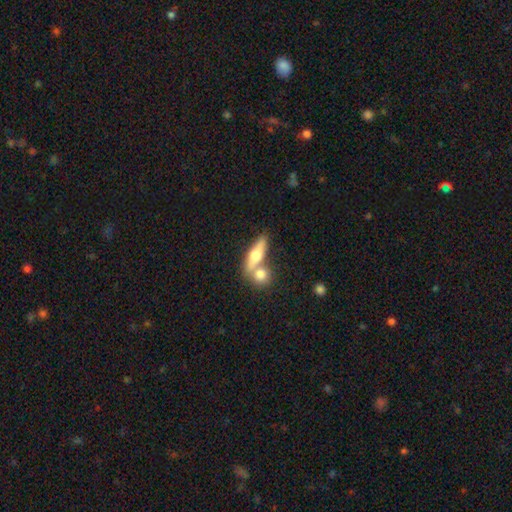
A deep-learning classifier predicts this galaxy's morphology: smooth-or-featured: smooth: 58% | featured or disk: 36% | star or artifact: 6%
  how-rounded: in between: 47% | cigar-shaped: 43% | round: 10%
  merging: merger: 45% | none: 43% | minor disturbance: 9% | major disturbance: 4%